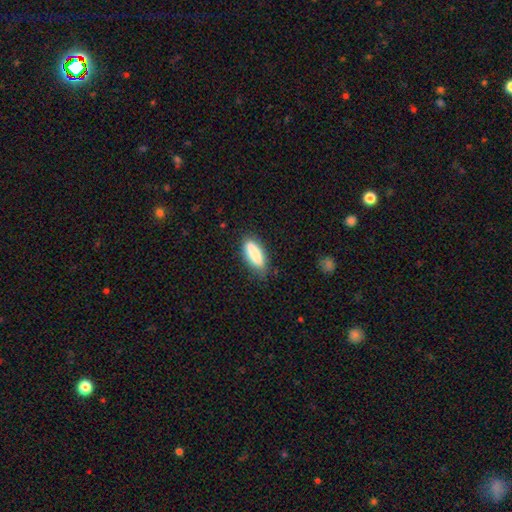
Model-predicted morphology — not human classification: Overall: smooth (83%). How rounded: in between (53%; cigar-shaped 45%). Merging: none (79%).